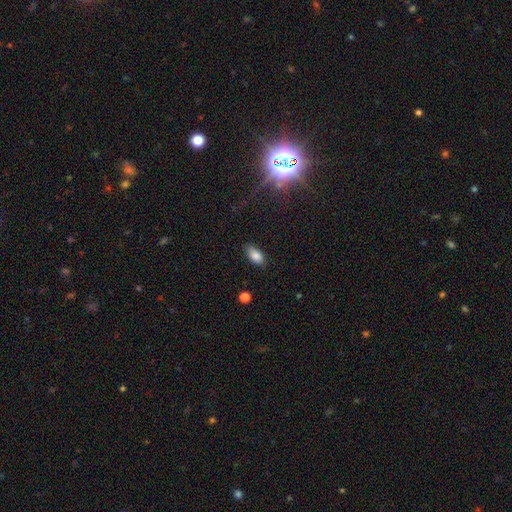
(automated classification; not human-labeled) A smooth galaxy with no disk features (84%) that is in between round and cigar-shaped (91%). Merging: none (81%).